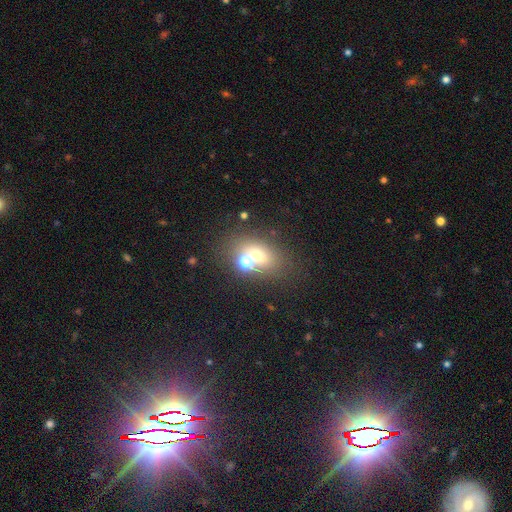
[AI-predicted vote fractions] This appears to be a smooth galaxy with no disk features (59%) that is in between round and cigar-shaped (56%). Merging: none (50%).